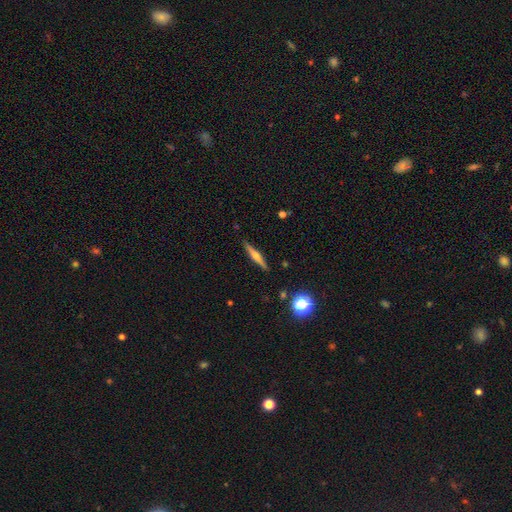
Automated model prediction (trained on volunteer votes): Morphology: type=featured or disk (69%); edge-on=yes (98%); edge-on bulge=rounded (87%); merging=none (90%).